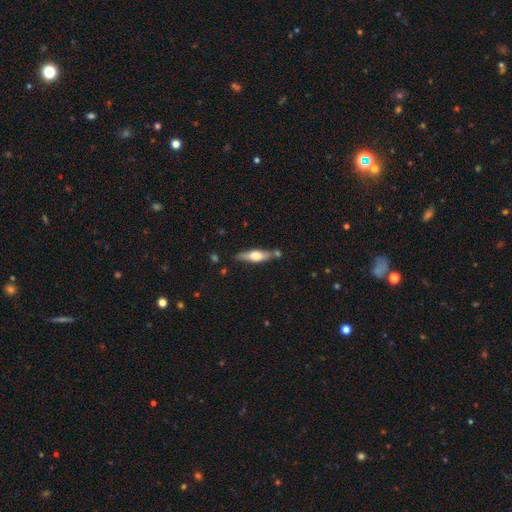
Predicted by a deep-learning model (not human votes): Smooth or featured? featured or disk (50%)
Edge-on disk? yes (90%)
Merging? none (73%)